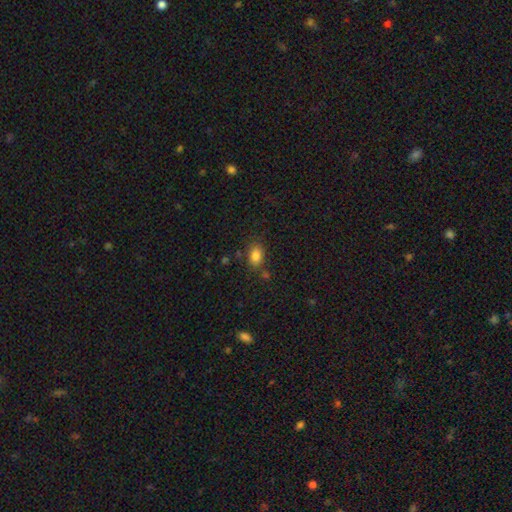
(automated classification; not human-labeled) Smooth or featured? Predicted: smooth (p=0.84). How rounded? Predicted: in between (p=0.78). Merging? Predicted: none (p=0.75).